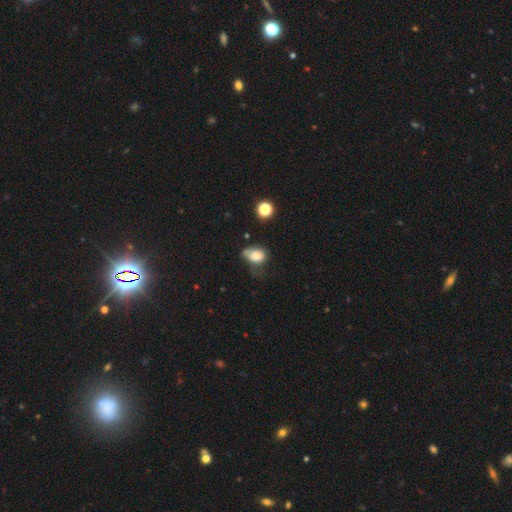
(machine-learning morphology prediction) Overall: smooth (73%). How rounded: in between (59%; round 40%). Merging: minor disturbance (35%; none 32%).